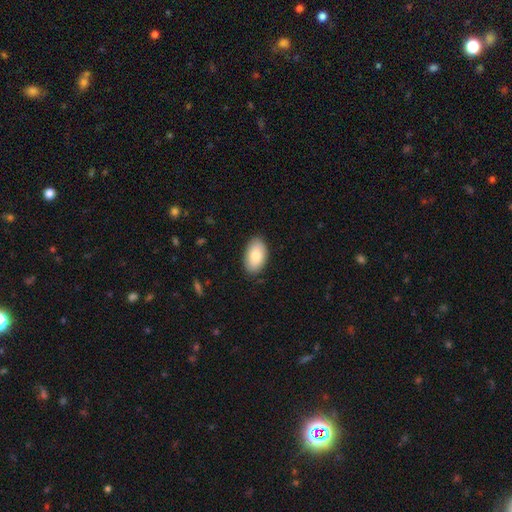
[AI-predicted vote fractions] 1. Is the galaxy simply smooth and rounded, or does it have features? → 83% smooth, 12% featured or disk, 6% star or artifact.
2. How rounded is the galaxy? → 94% in between, 4% round, 1% cigar-shaped.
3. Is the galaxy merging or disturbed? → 86% none, 11% minor disturbance, 2% major disturbance, 1% merger.